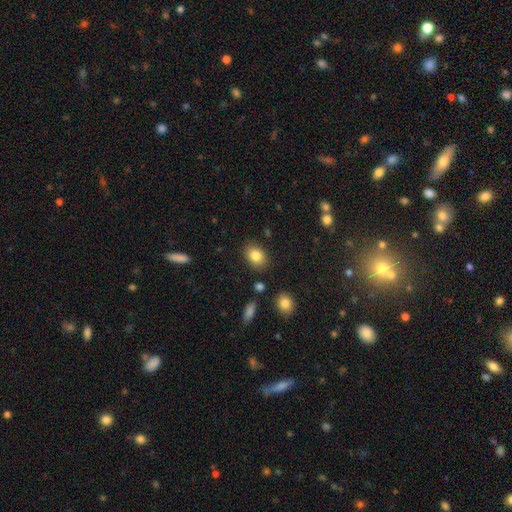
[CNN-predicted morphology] This is clearly a smooth galaxy (84%). How rounded: likely in between (77%). Merging: clearly none (83%).